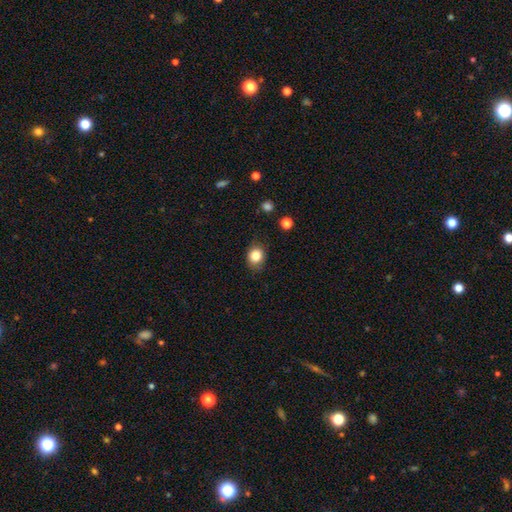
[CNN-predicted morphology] Q: Smooth or featured?
A: smooth (83%); runner-up: star or artifact (10%)
Q: How rounded?
A: round (62%); runner-up: in between (37%)
Q: Merging?
A: none (82%); runner-up: minor disturbance (14%)